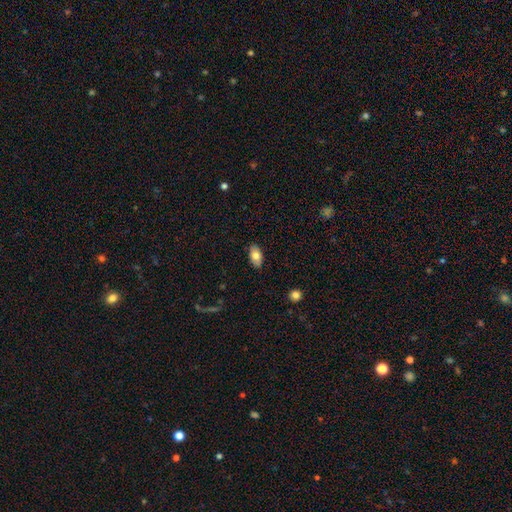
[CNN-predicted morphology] smooth-or-featured: smooth: 76% | featured or disk: 17% | star or artifact: 7%
  how-rounded: in between: 93% | round: 4% | cigar-shaped: 3%
  merging: none: 86% | minor disturbance: 11% | major disturbance: 2% | merger: 1%